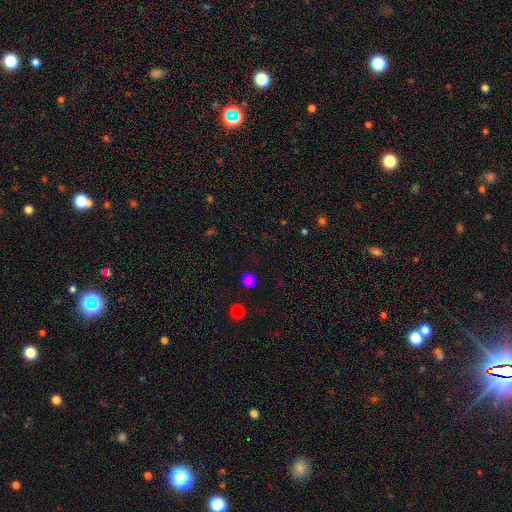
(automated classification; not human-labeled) A smooth galaxy with no disk features (70%) that is round (84%).

Vote fractions:
- Smooth or featured? smooth: 70% / star or artifact: 26% / featured or disk: 4%
- How rounded? round: 84% / in between: 15% / cigar-shaped: 1%
- Merging? none: 90% / minor disturbance: 6% / major disturbance: 2% / merger: 2%